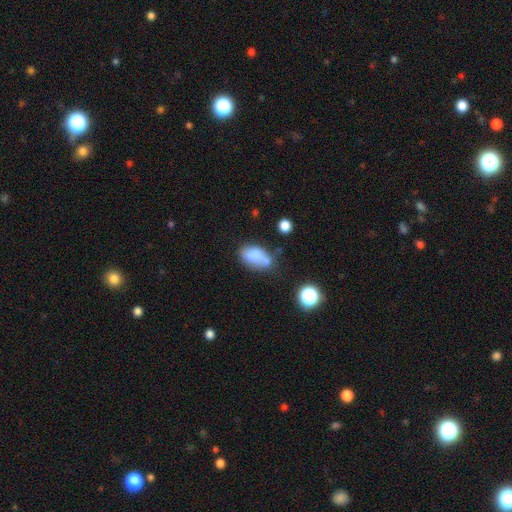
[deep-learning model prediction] smooth_or_featured: smooth (p=0.73) [alt: featured or disk p=0.17]
how_rounded: in between (p=0.88) [alt: round p=0.10]
merging: none (p=0.41) [alt: minor disturbance p=0.25]